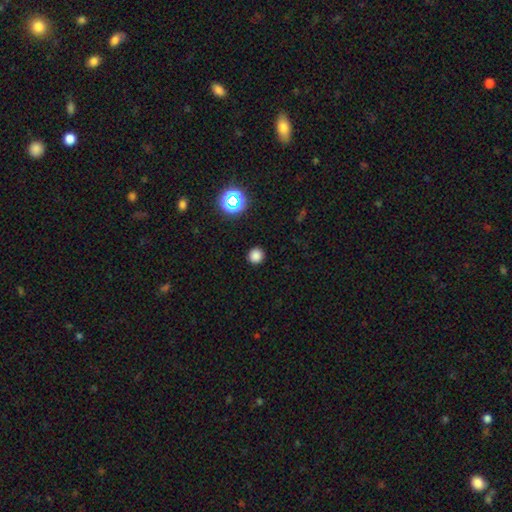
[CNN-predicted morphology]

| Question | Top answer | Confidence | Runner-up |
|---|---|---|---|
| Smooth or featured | smooth | 80% | star or artifact (16%) |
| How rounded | round | 94% | in between (5%) |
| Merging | none | 91% | minor disturbance (6%) |